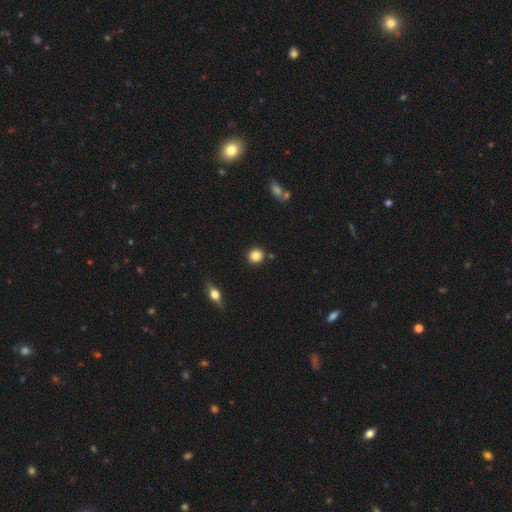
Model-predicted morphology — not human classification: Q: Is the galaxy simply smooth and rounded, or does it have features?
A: smooth — 84%.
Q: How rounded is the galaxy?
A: round — 90%.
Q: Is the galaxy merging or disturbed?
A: none — 88%.